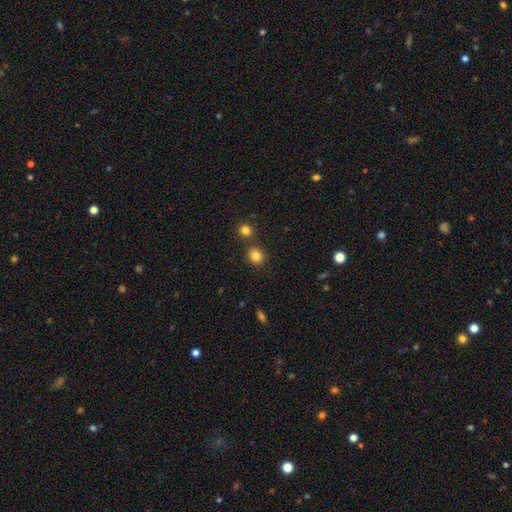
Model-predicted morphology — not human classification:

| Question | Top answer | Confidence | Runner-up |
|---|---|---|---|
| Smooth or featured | smooth | 83% | star or artifact (11%) |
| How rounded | round | 73% | in between (26%) |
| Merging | none | 80% | merger (10%) |